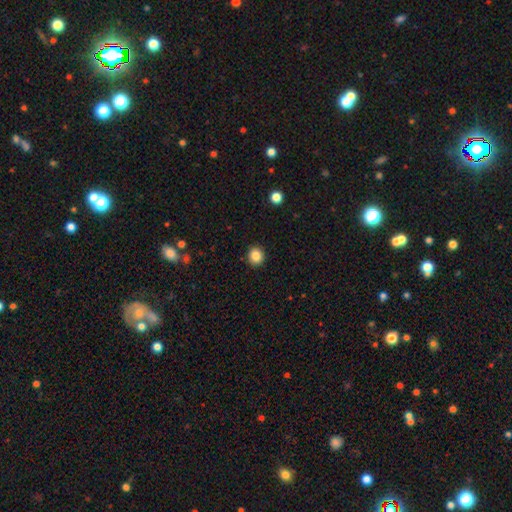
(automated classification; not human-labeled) A smooth galaxy with no disk features (86%) that is round (85%).

Vote fractions:
- Smooth or featured? smooth: 86% / star or artifact: 10% / featured or disk: 4%
- How rounded? round: 85% / in between: 15% / cigar-shaped: 1%
- Merging? none: 92% / minor disturbance: 6% / major disturbance: 2% / merger: 1%